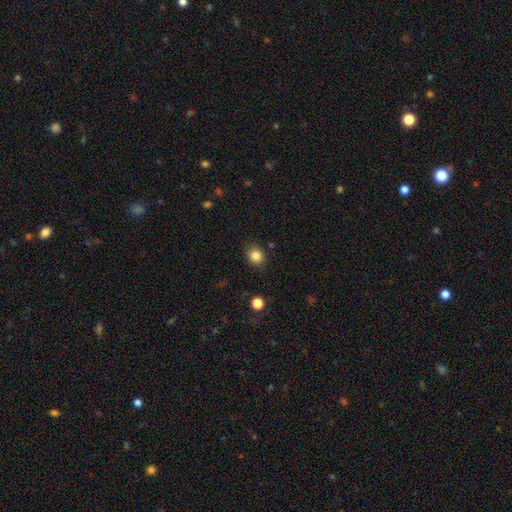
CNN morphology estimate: smooth-or-featured: smooth: 84% | star or artifact: 11% | featured or disk: 5%
  how-rounded: round: 68% | in between: 31% | cigar-shaped: 1%
  merging: none: 86% | minor disturbance: 9% | major disturbance: 2% | merger: 2%